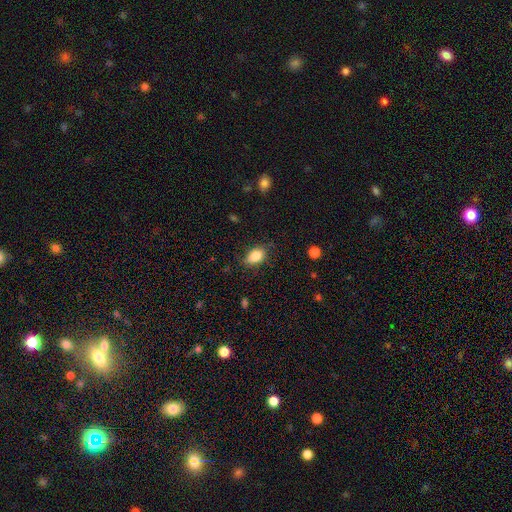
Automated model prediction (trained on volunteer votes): Smooth or featured? smooth (83%)
How rounded? in between (86%)
Merging? none (77%)